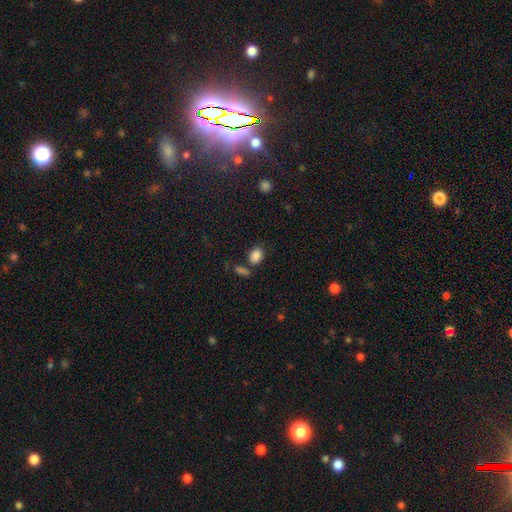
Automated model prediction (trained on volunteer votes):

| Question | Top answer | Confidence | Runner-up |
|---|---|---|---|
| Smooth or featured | smooth | 86% | star or artifact (10%) |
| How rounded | in between | 70% | round (28%) |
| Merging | none | 67% | merger (14%) |